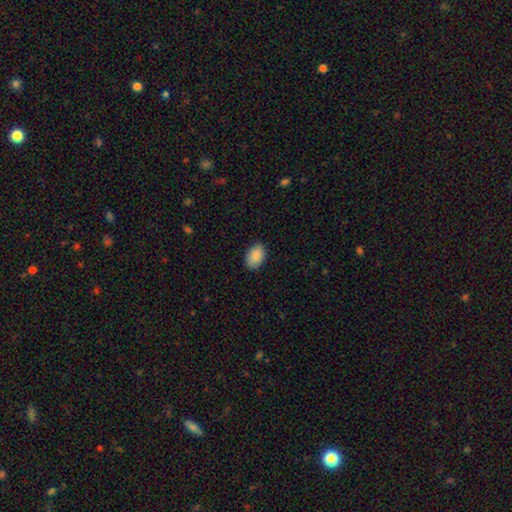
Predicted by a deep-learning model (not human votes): A smooth galaxy with no disk features (88%) that is in between round and cigar-shaped (88%).

Vote fractions:
- Smooth or featured? smooth: 88% / star or artifact: 6% / featured or disk: 5%
- How rounded? in between: 88% / round: 10% / cigar-shaped: 1%
- Merging? none: 86% / minor disturbance: 11% / major disturbance: 2% / merger: 1%